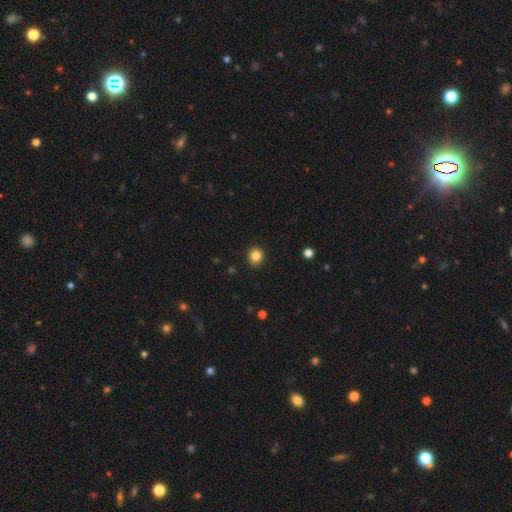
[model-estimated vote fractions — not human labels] Q: Smooth or featured?
A: smooth (85%); runner-up: star or artifact (11%)
Q: How rounded?
A: round (76%); runner-up: in between (24%)
Q: Merging?
A: none (88%); runner-up: minor disturbance (9%)